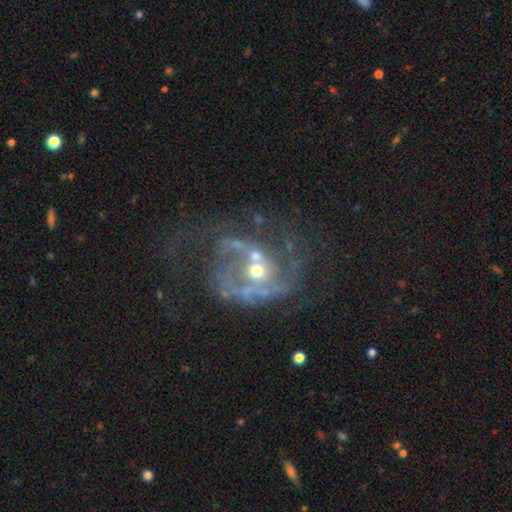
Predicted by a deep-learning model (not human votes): This appears to be a featured or disk galaxy (75%) with no bar (79%), 2 (40%) medium (42%) spiral arms (70%) and a moderate central bulge (58%). Merging: none (39%).